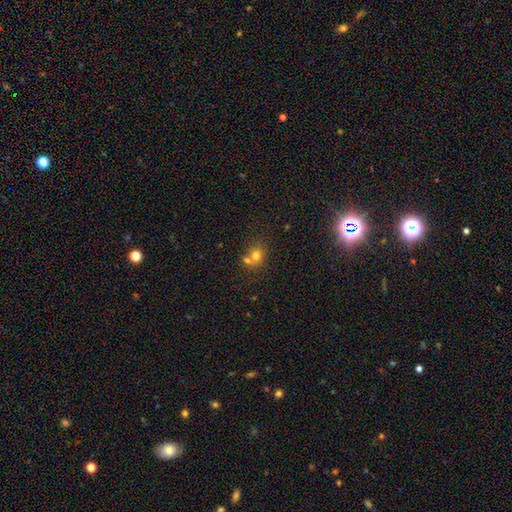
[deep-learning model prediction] Smooth or featured?
  - smooth: 72% *
  - star or artifact: 15%
  - featured or disk: 13%
How rounded?
  - round: 73% *
  - in between: 26%
  - cigar-shaped: 1%
Merging?
  - none: 45% *
  - merger: 43%
  - minor disturbance: 9%
  - major disturbance: 4%